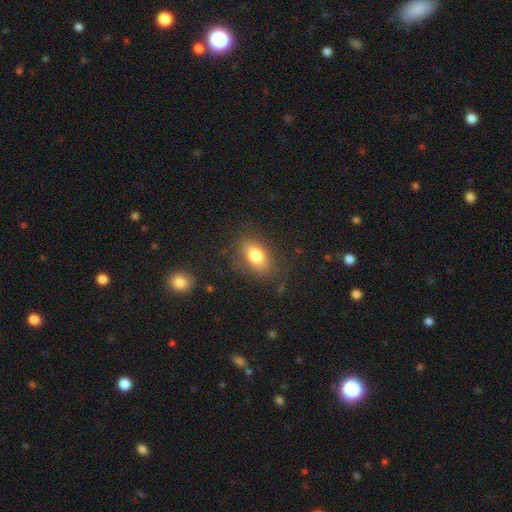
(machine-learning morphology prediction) Smooth or featured: smooth — 78% (featured or disk — 13%)
How rounded: in between — 85% (round — 12%)
Merging: none — 75% (minor disturbance — 16%)